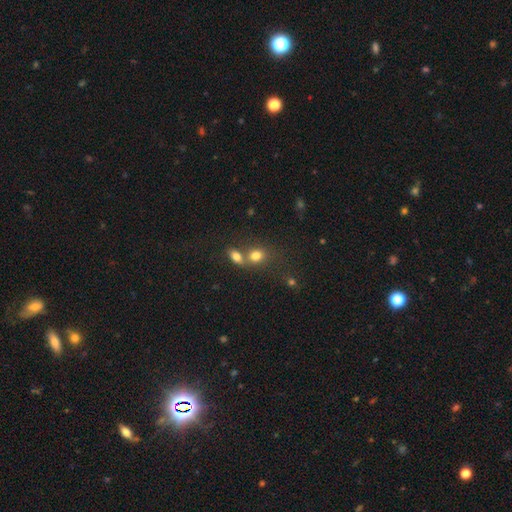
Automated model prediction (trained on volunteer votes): smooth 78%, star or artifact 12%, featured or disk 10%. Down the decision tree: how rounded — in between (55%); merging — merger (54%).